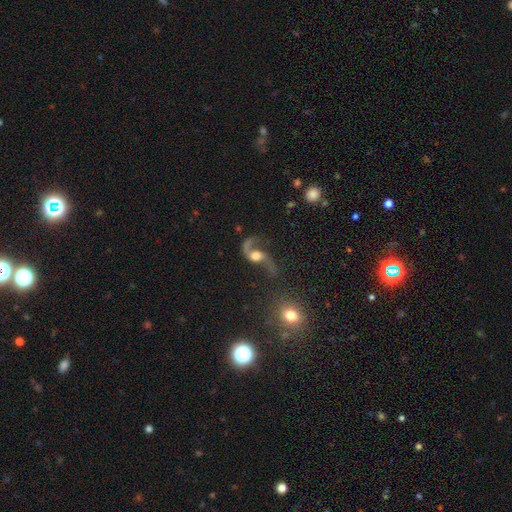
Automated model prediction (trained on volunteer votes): This is clearly a featured or disk galaxy (83%). It is clearly not viewed edge-on (96%). Bar: likely no (62%). Spiral arm pattern: clearly yes (94%). Spiral arm count: clearly 2 (89%). Spiral winding: clearly loose (85%). Central bulge: possibly moderate (46%). Merging: possibly none (52%).